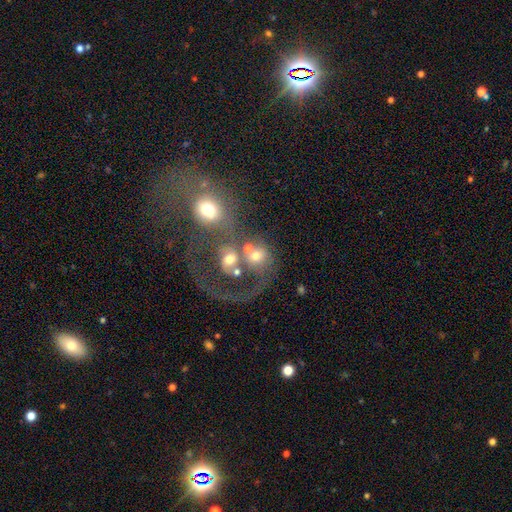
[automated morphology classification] smooth-or-featured: smooth: 48% | featured or disk: 37% | star or artifact: 15%
  merging: merger: 59% | major disturbance: 18% | none: 17% | minor disturbance: 6%